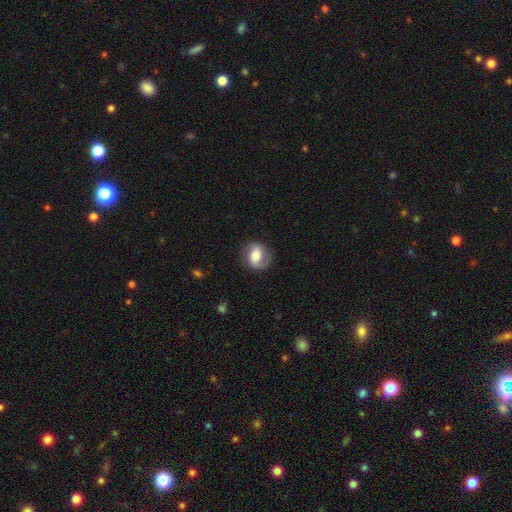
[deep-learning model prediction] Overall: smooth (48%; featured or disk 44%). Merging: none (78%).